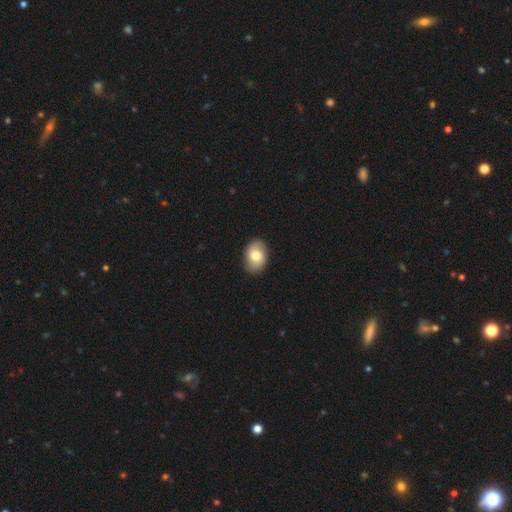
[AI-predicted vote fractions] This is likely a smooth galaxy (71%). How rounded: likely in between (79%). Merging: clearly none (87%).